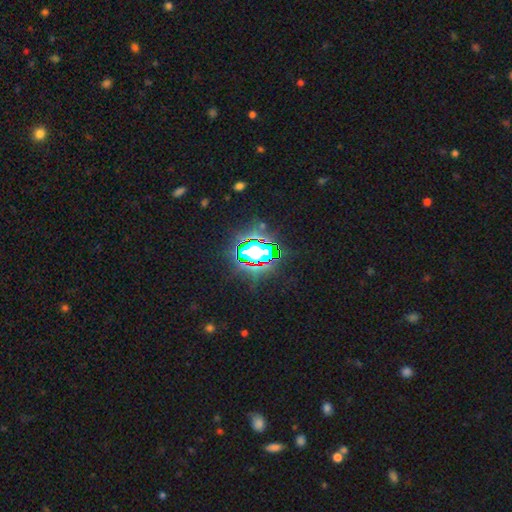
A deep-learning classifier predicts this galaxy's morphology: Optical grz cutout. It shows a star or artifact, not a galaxy (80%).